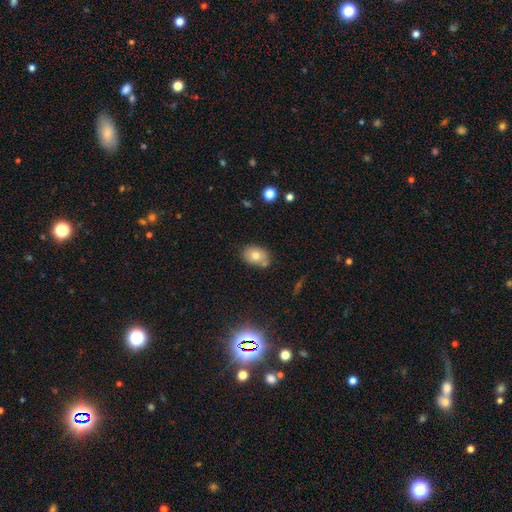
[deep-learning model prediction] Q: Smooth or featured?
A: smooth (74%); runner-up: featured or disk (15%)
Q: How rounded?
A: in between (76%); runner-up: round (23%)
Q: Merging?
A: none (68%); runner-up: minor disturbance (17%)